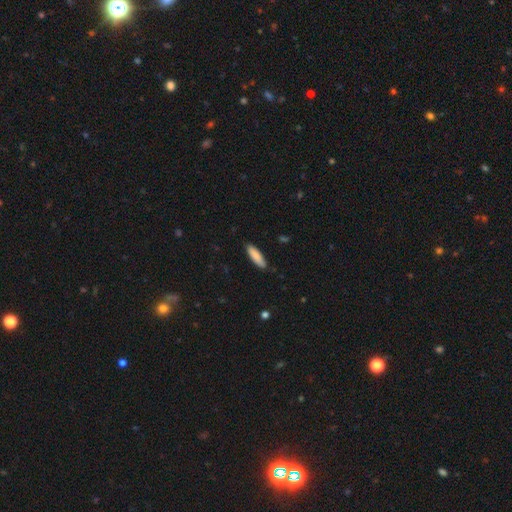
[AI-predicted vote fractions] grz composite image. It shows a smooth galaxy with no disk features (87%) that is cigar-shaped (57%). Merging: none (86%).